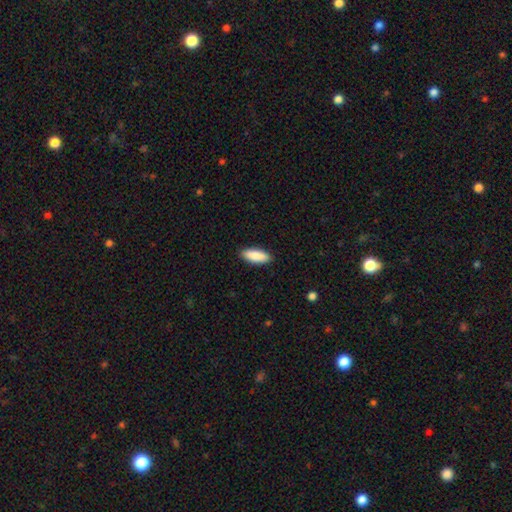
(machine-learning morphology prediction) type=smooth (89%); roundness=in between (71%); merging=none (90%).